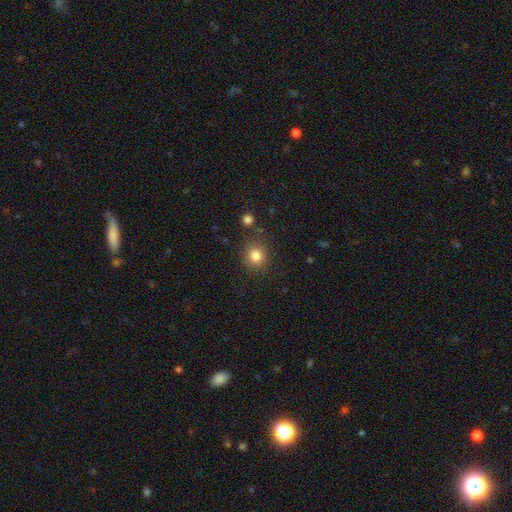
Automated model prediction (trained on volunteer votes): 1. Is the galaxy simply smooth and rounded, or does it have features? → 82% smooth, 12% star or artifact, 6% featured or disk.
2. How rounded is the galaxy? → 85% round, 14% in between, 1% cigar-shaped.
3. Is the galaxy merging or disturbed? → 83% none, 10% minor disturbance, 4% merger, 4% major disturbance.